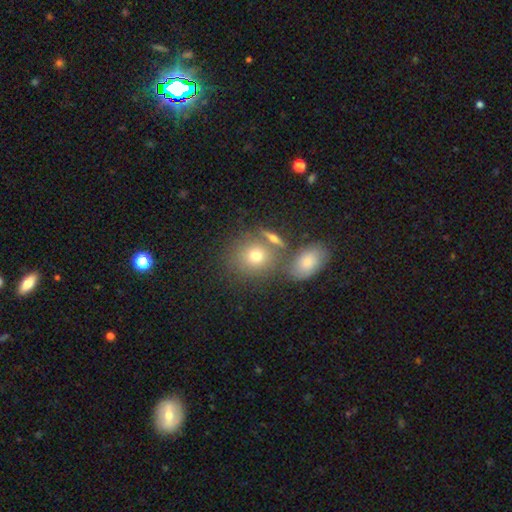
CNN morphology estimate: Overall: smooth (69%). How rounded: round (73%). Merging: none (58%; merger 26%).